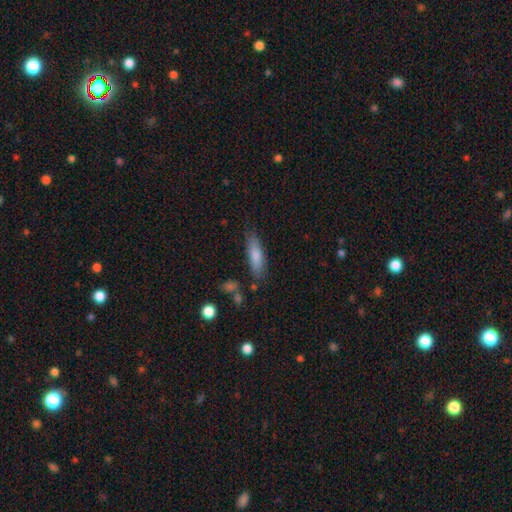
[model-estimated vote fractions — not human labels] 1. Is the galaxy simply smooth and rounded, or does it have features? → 81% smooth, 13% featured or disk, 6% star or artifact.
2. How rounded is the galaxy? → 51% in between, 47% cigar-shaped, 2% round.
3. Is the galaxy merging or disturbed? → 76% none, 17% minor disturbance, 4% major disturbance, 3% merger.